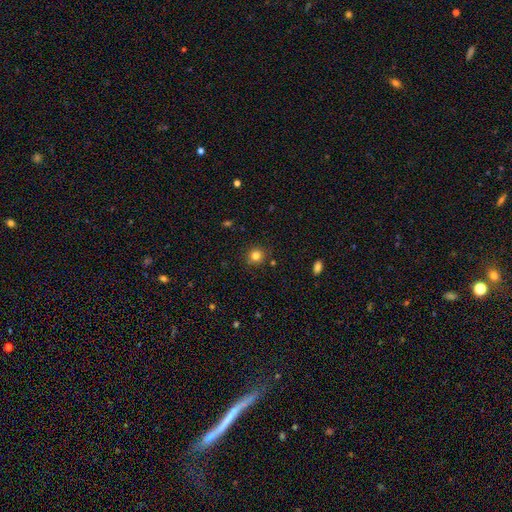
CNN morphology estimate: smooth 81%, star or artifact 13%, featured or disk 6%. Down the decision tree: how rounded — round (92%); merging — none (88%).